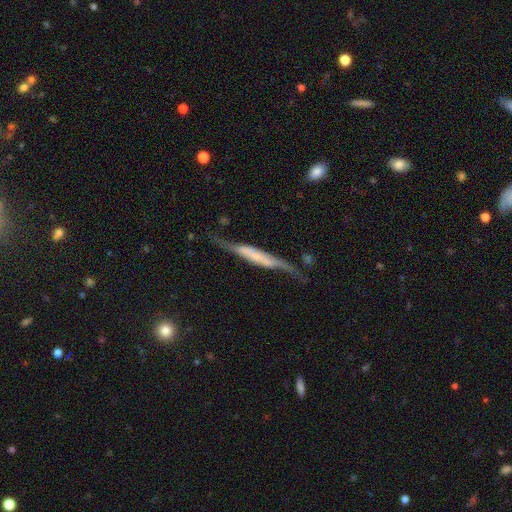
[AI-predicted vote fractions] Q: Smooth or featured?
A: featured or disk (73%); runner-up: smooth (21%)
Q: Edge-on disk?
A: yes (69%); runner-up: no (31%)
Q: Edge-on bulge?
A: none (38%); runner-up: boxy (35%)
Q: Merging?
A: none (54%); runner-up: minor disturbance (25%)